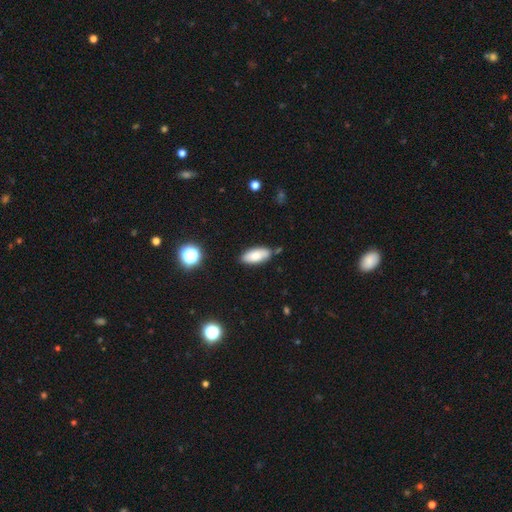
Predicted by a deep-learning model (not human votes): This appears to be a smooth galaxy with no disk features (78%) that is in between round and cigar-shaped (84%). Merging: none (80%).